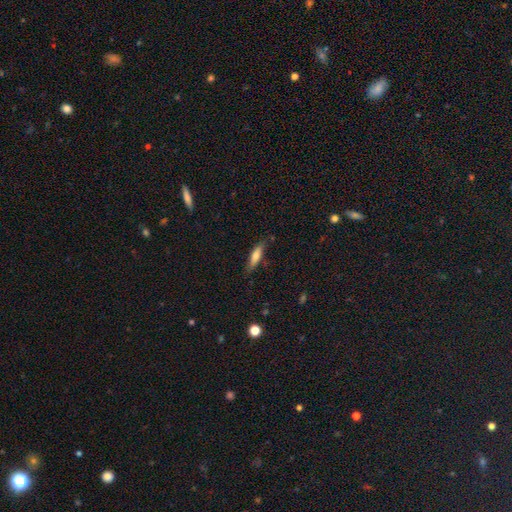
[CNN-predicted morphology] Smooth or featured? Predicted: smooth (p=0.68). How rounded? Predicted: cigar-shaped (p=0.72). Merging? Predicted: none (p=0.80).